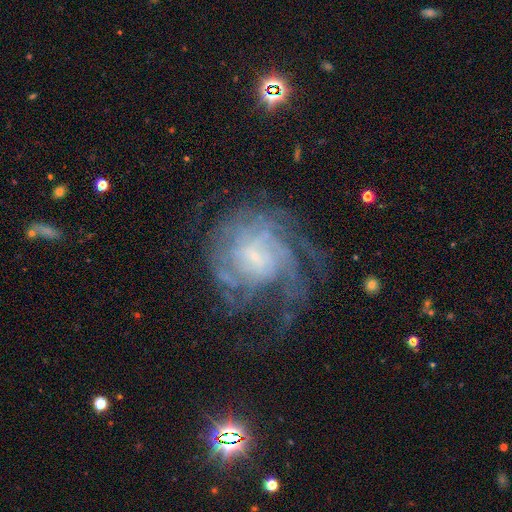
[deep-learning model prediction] Morphology: type=featured or disk (82%); edge-on=no (98%); bar=no (53%); spiral arms=yes (92%); winding=tight (53%); arm count=can't tell (38%); bulge=small (71%); merging=none (57%).